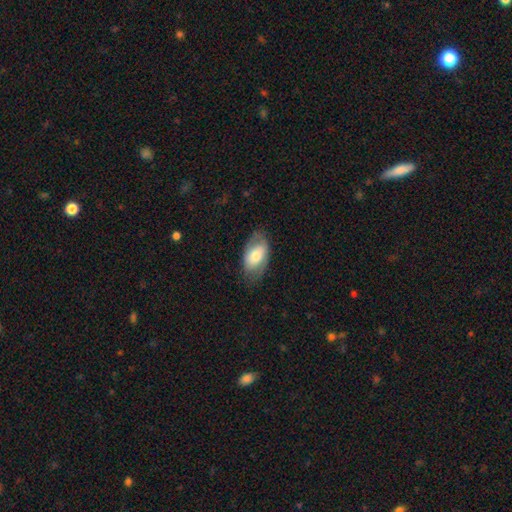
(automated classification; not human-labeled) A smooth galaxy with no disk features (63%) that is in between round and cigar-shaped (93%). Merging: none (72%).